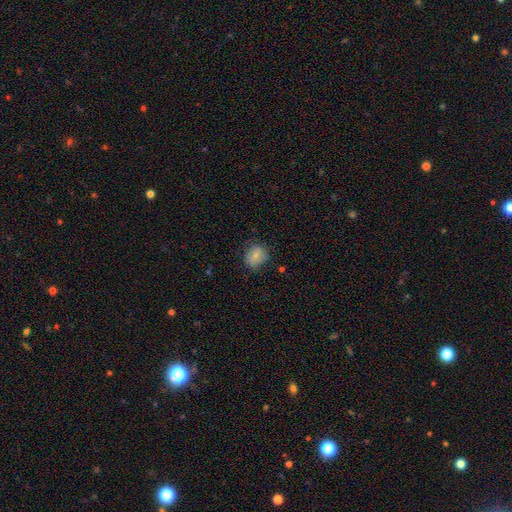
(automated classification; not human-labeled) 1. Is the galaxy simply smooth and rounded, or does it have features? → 76% smooth, 14% featured or disk, 9% star or artifact.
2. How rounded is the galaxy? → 66% round, 33% in between, 1% cigar-shaped.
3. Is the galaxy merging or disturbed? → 70% none, 22% minor disturbance, 6% major disturbance, 1% merger.